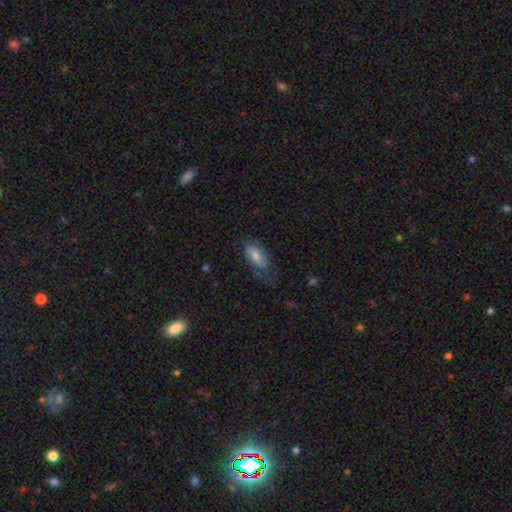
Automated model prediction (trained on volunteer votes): A smooth galaxy with no disk features (59%) that is in between round and cigar-shaped (87%).

Vote fractions:
- Smooth or featured? smooth: 59% / featured or disk: 33% / star or artifact: 8%
- How rounded? in between: 87% / cigar-shaped: 10% / round: 4%
- Merging? none: 49% / minor disturbance: 28% / major disturbance: 21% / merger: 2%